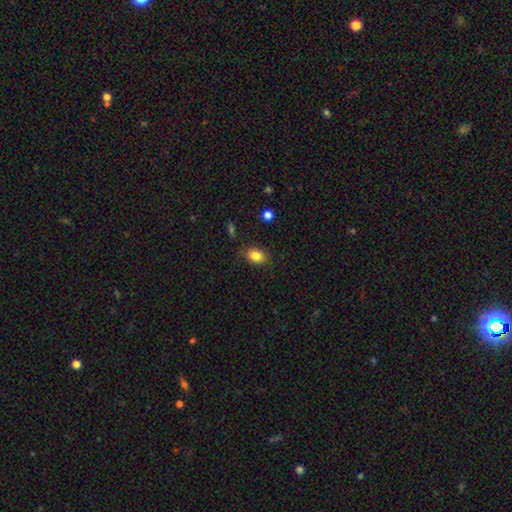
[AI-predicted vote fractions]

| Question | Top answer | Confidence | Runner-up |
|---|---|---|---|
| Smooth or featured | smooth | 84% | star or artifact (9%) |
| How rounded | in between | 75% | round (24%) |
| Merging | none | 83% | minor disturbance (12%) |